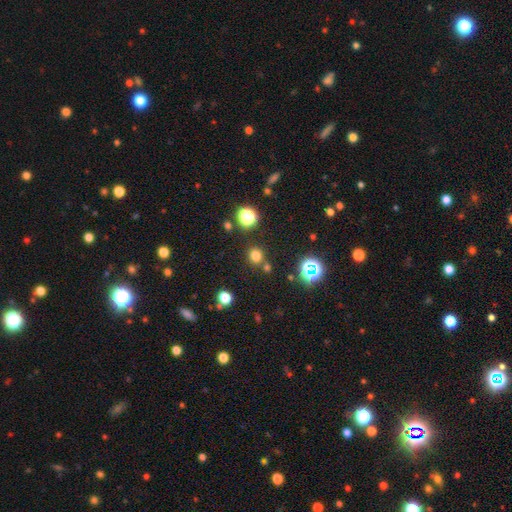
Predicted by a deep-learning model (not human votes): This appears to be a smooth galaxy with no disk features (72%) that is round (85%). Merging: none (76%).